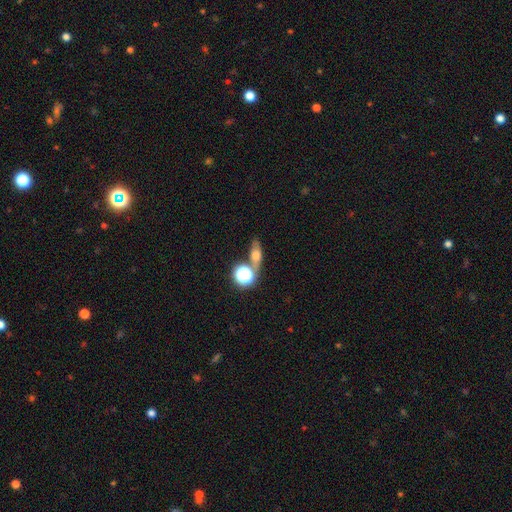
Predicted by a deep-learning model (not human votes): Overall: smooth (45%; featured or disk 31%). Merging: none (63%).